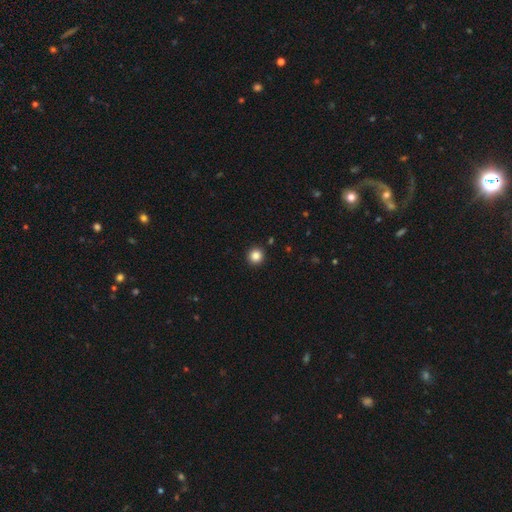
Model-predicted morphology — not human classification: Smooth or featured? smooth (84%)
How rounded? round (95%)
Merging? none (93%)